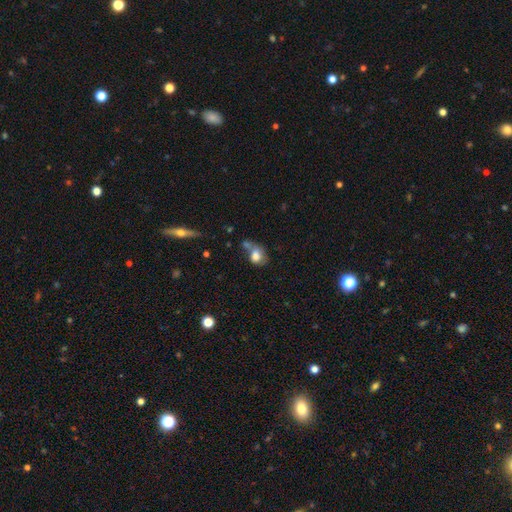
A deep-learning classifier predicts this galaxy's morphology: Smooth or featured? smooth (75%)
How rounded? in between (56%)
Merging? merger (35%)